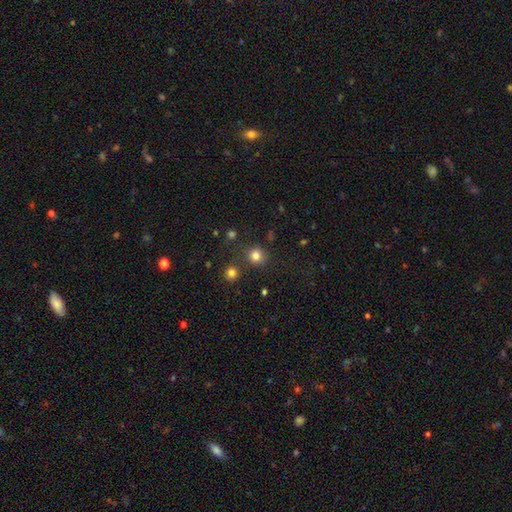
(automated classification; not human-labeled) This is clearly a smooth galaxy (80%). How rounded: clearly round (89%). Merging: clearly none (82%).